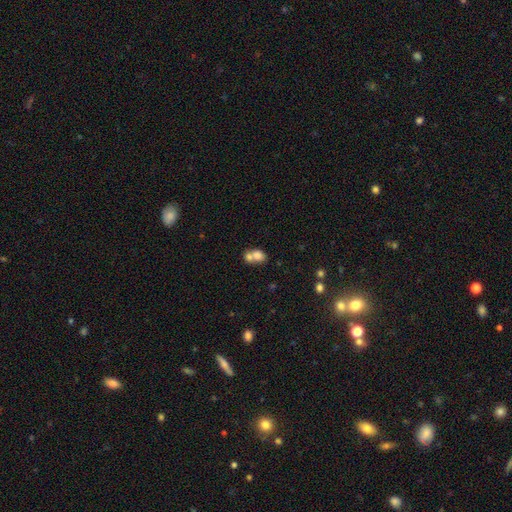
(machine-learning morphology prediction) smooth-or-featured: smooth: 75% | featured or disk: 15% | star or artifact: 10%
  how-rounded: in between: 58% | round: 40% | cigar-shaped: 1%
  merging: merger: 65% | none: 25% | minor disturbance: 7% | major disturbance: 4%